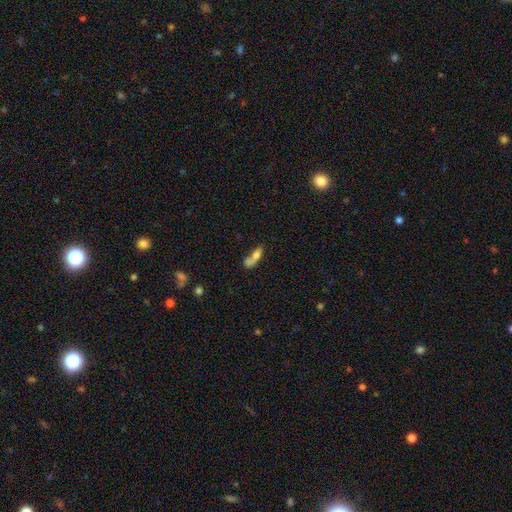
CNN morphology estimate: Smooth or featured? smooth (66%)
How rounded? in between (58%)
Merging? merger (48%)